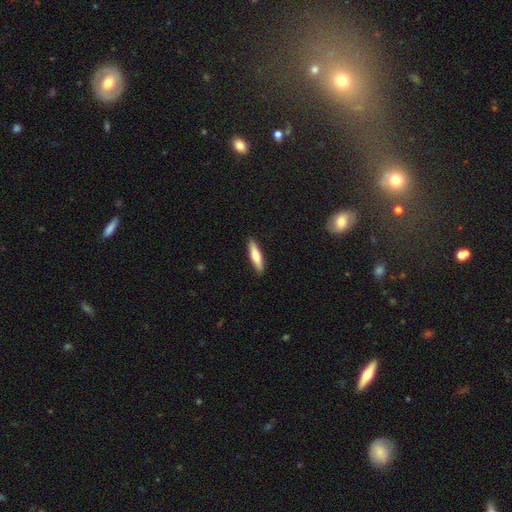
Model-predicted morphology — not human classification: smooth-or-featured: smooth: 61% | featured or disk: 34% | star or artifact: 5%
  how-rounded: cigar-shaped: 79% | in between: 19% | round: 2%
  merging: none: 90% | minor disturbance: 8% | major disturbance: 2% | merger: 1%